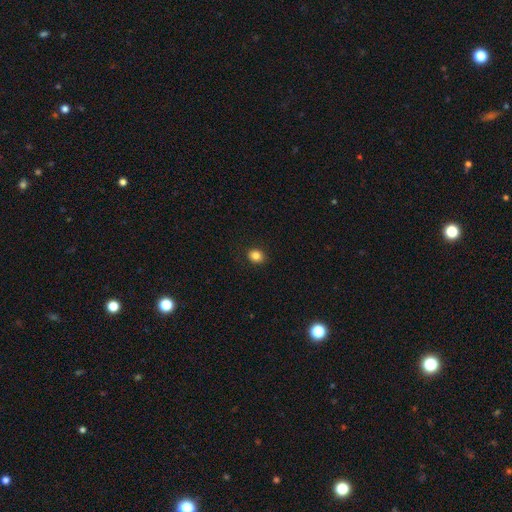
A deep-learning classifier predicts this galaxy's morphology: smooth 85%, star or artifact 11%, featured or disk 5%. Down the decision tree: how rounded — round (63%); merging — none (90%).